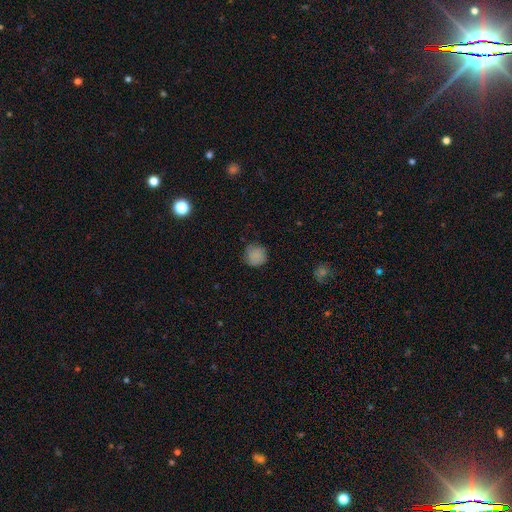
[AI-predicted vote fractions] smooth-or-featured: smooth: 84% | star or artifact: 10% | featured or disk: 6%
  how-rounded: round: 92% | in between: 7% | cigar-shaped: 1%
  merging: none: 78% | minor disturbance: 17% | major disturbance: 4% | merger: 1%